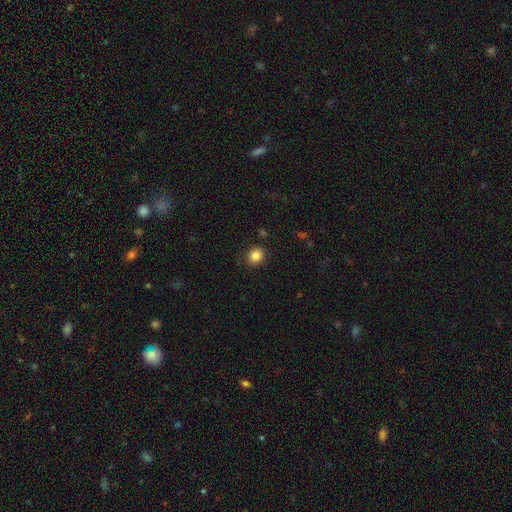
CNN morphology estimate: This appears to be a smooth galaxy with no disk features (85%) that is round (72%). Merging: none (85%).